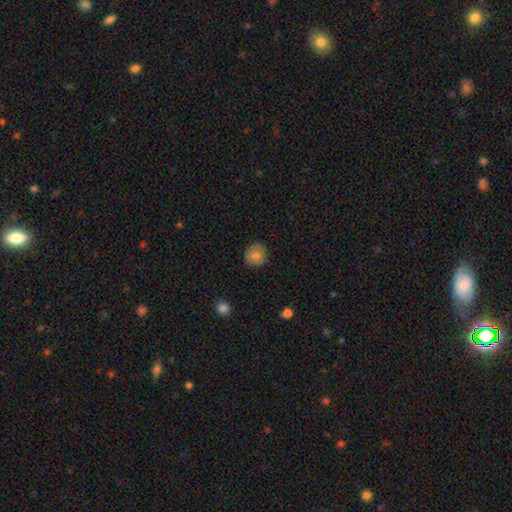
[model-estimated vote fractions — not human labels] Q: Smooth or featured?
A: smooth (76%); runner-up: featured or disk (15%)
Q: How rounded?
A: round (91%); runner-up: in between (8%)
Q: Merging?
A: none (85%); runner-up: minor disturbance (12%)